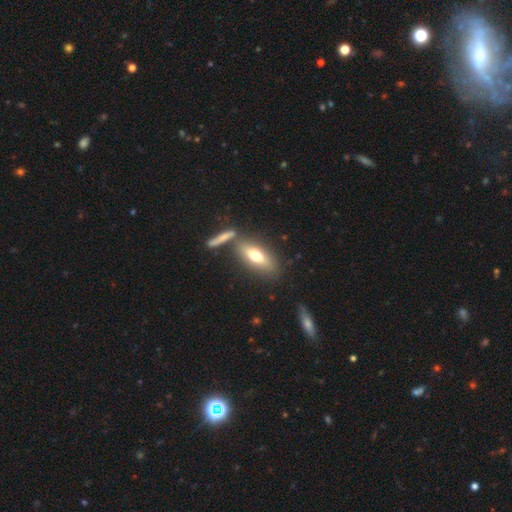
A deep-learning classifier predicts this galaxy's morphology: A smooth galaxy with no disk features (61%) that is in between round and cigar-shaped (66%). Merging: none (65%).